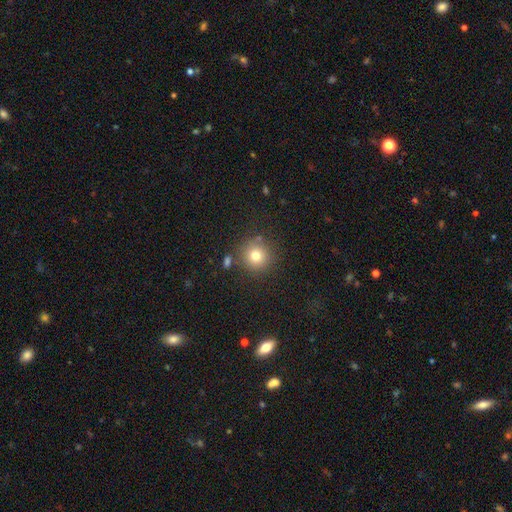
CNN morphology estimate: Smooth or featured? smooth (77%)
How rounded? round (94%)
Merging? none (82%)